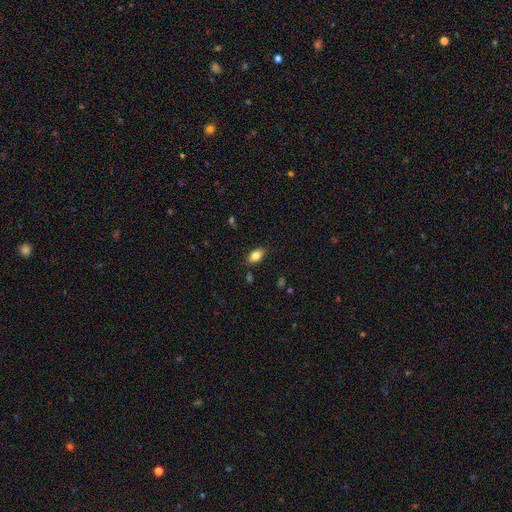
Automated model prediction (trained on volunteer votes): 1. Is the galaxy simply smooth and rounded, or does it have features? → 82% smooth, 9% featured or disk, 8% star or artifact.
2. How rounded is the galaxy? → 90% in between, 7% round, 3% cigar-shaped.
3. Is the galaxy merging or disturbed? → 85% none, 11% minor disturbance, 3% major disturbance, 2% merger.